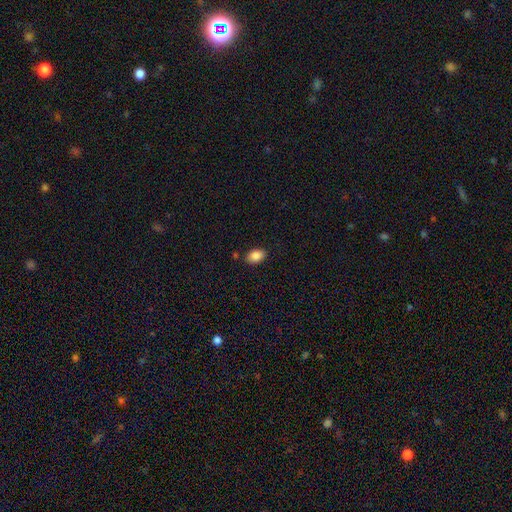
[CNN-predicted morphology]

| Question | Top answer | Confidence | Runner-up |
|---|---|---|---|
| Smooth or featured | smooth | 88% | star or artifact (8%) |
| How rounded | in between | 86% | round (13%) |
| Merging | none | 85% | minor disturbance (10%) |